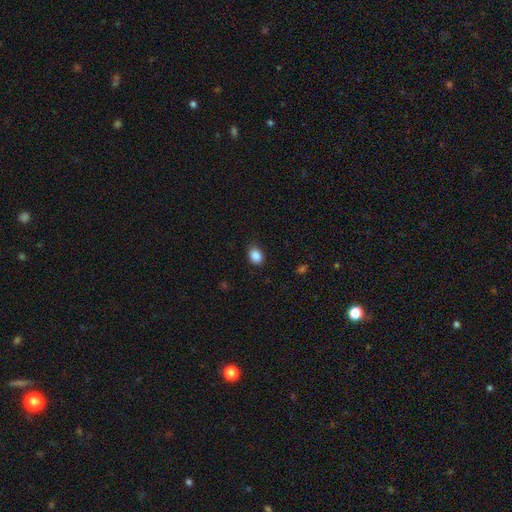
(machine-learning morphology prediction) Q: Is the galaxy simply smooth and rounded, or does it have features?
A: smooth — 88%.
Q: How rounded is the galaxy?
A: in between — 64%.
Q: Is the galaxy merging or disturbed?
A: none — 81%.